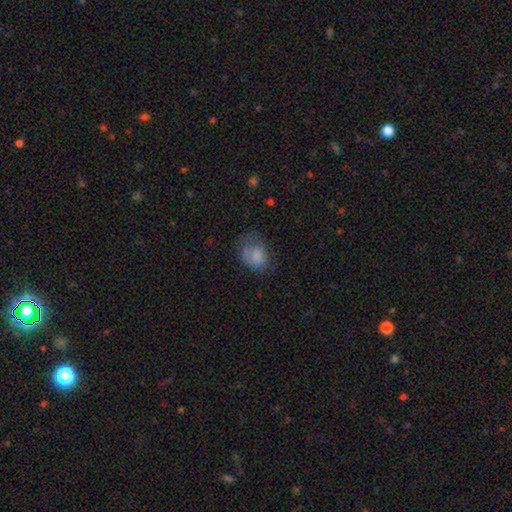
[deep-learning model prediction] Smooth or featured?
  - smooth: 71% *
  - featured or disk: 19%
  - star or artifact: 10%
How rounded?
  - in between: 64% *
  - round: 35%
  - cigar-shaped: 1%
Merging?
  - none: 39% *
  - minor disturbance: 29%
  - major disturbance: 29%
  - merger: 3%